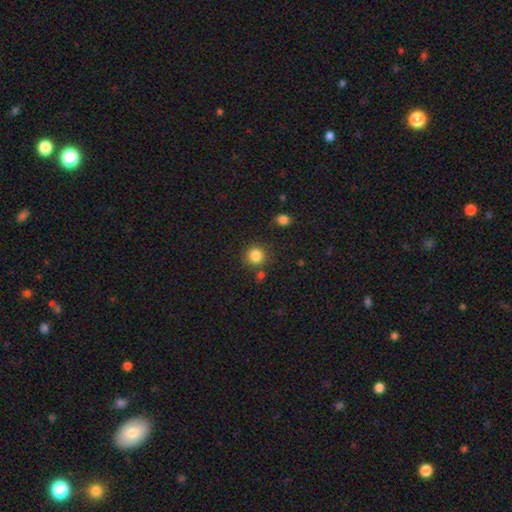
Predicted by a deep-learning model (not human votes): The model was most divided on "smooth or featured": smooth: 84%, star or artifact: 11%, featured or disk: 5%. More confident: how rounded — round (92%); merging — none (82%).